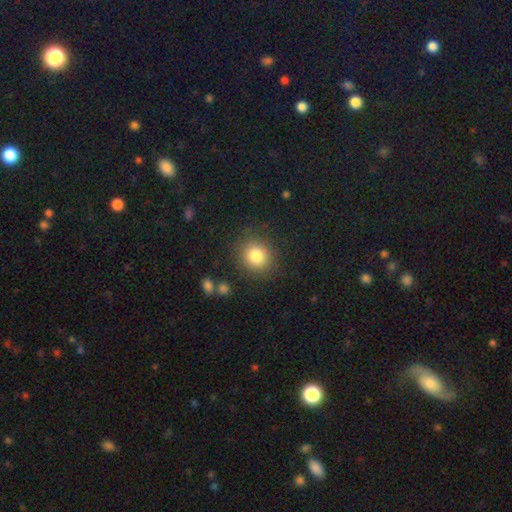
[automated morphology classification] A smooth galaxy with no disk features (82%) that is round (84%). Merging: none (85%).